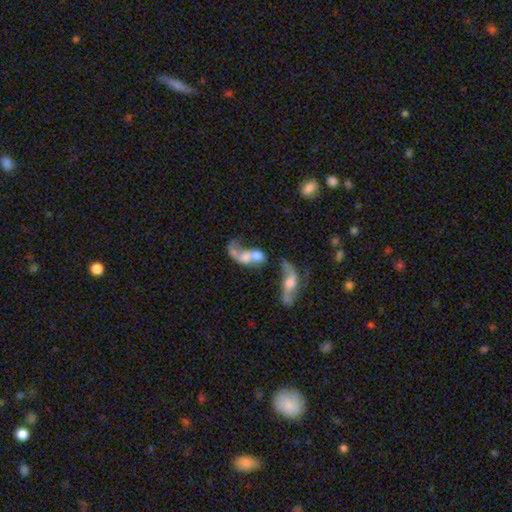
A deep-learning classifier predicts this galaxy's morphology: Smooth or featured? featured or disk (56%)
Edge-on disk? no (93%)
Bar? no (75%)
Spiral arms? no (55%)
Bulge size? none (32%)
Merging? merger (69%)